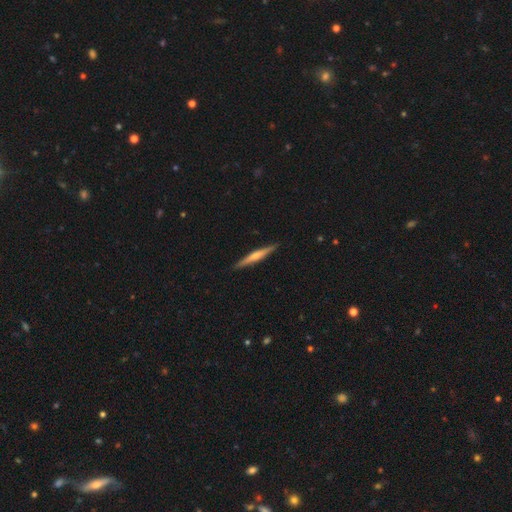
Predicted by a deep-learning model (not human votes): A featured or disk galaxy (57%) viewed edge-on (98%) with a rounded central bulge (62%).

Vote fractions:
- Smooth or featured? featured or disk: 57% / smooth: 38% / star or artifact: 5%
- Edge-on disk? yes: 98% / no: 2%
- Edge-on bulge? rounded: 62% / none: 26% / boxy: 12%
- Merging? none: 91% / minor disturbance: 6% / major disturbance: 1% / merger: 1%